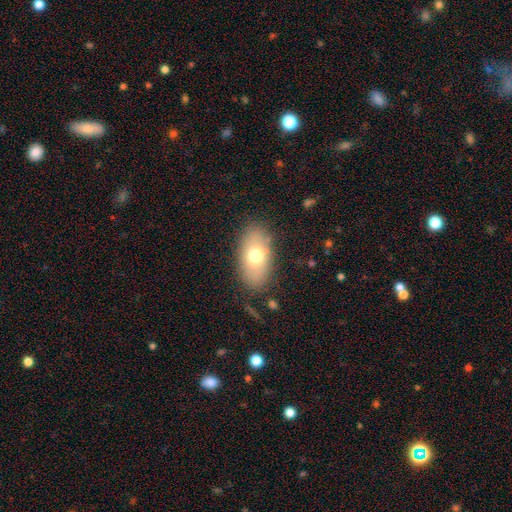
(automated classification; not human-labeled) This is likely a smooth galaxy (69%). How rounded: clearly in between (91%). Merging: clearly none (82%).